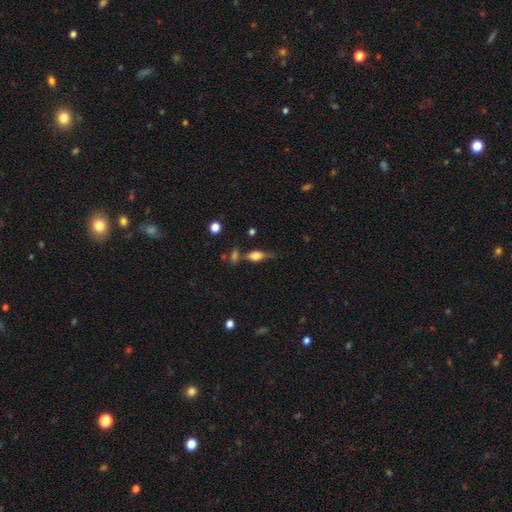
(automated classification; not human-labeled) Smooth or featured? Predicted: featured or disk (p=0.47). Merging? Predicted: none (p=0.55).